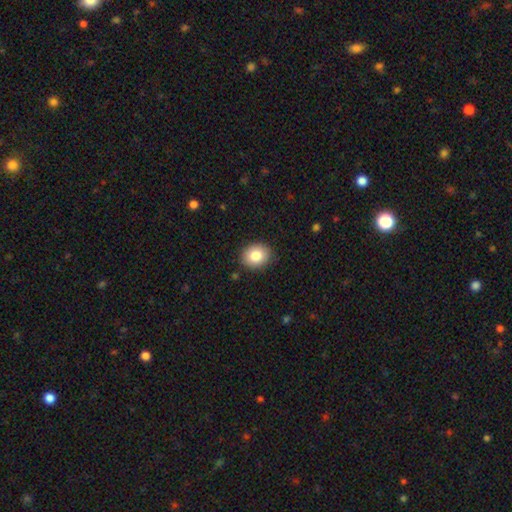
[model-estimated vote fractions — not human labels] This appears to be a smooth galaxy with no disk features (83%) that is round (60%). Merging: none (88%).